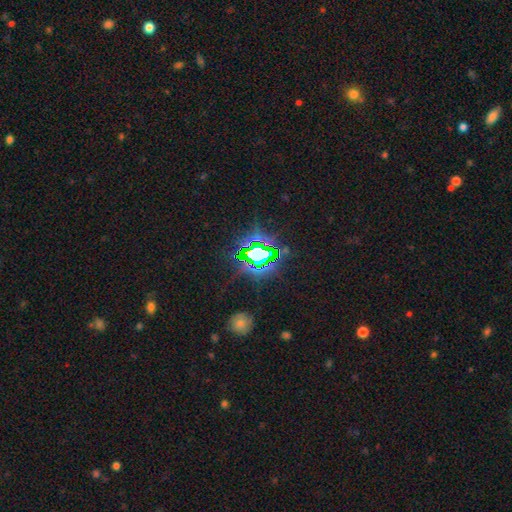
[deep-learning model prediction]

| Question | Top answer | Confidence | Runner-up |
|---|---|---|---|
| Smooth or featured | star or artifact | 78% | smooth (11%) |